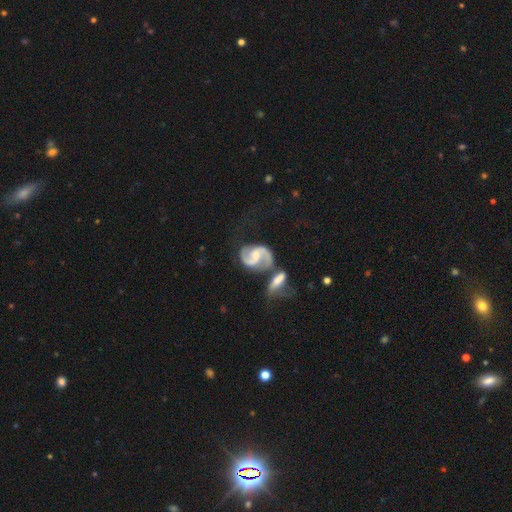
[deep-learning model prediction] This appears to be a featured or disk galaxy (90%) with a weak bar (46%), 2 (94%) medium (57%) spiral arms (98%) and a small central bulge (45%). Merging: none (47%).